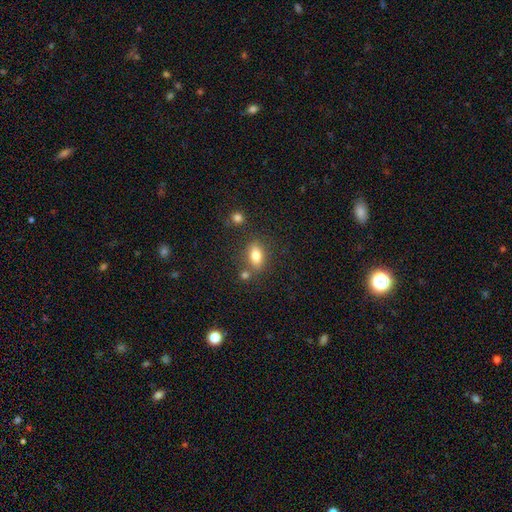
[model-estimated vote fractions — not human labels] A smooth galaxy with no disk features (78%) that is in between round and cigar-shaped (83%). Merging: none (70%).